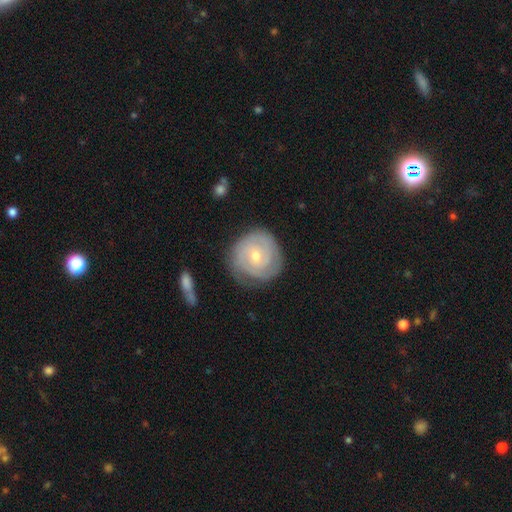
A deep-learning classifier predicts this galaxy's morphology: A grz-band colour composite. It shows a featured or disk galaxy (75%) with no bar (64%), tight (78%) spiral arms (91%) and a small central bulge (53%). Merging: none (75%).